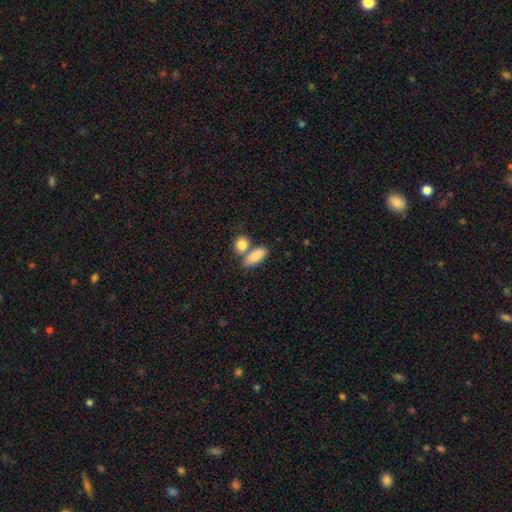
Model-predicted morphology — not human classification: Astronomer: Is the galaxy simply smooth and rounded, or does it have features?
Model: smooth — 86%.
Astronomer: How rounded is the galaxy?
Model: in between — 82%.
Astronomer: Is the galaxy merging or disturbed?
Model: none — 51% (runner-up: merger, 34%).